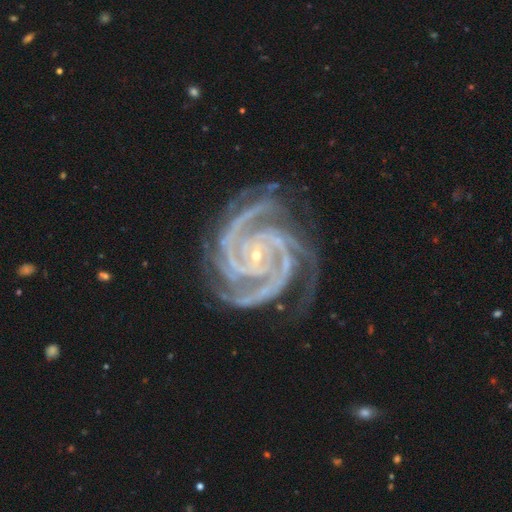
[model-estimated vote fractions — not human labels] Smooth or featured?
  - featured or disk: 94% *
  - star or artifact: 4%
  - smooth: 2%
Edge-on disk?
  - no: 98% *
  - yes: 2%
Bar?
  - no: 57% *
  - weak: 22%
  - strong: 21%
Spiral arms?
  - yes: 99% *
  - no: 1%
Spiral winding?
  - tight: 74% *
  - medium: 24%
  - loose: 2%
Spiral arm count?
  - 3: 38% *
  - 4: 27%
  - 2: 13%
  - more than 4: 8%
  - can't tell: 7%
  - 1: 7%
Bulge size?
  - small: 88% *
  - moderate: 8%
  - none: 2%
  - large: 1%
  - dominant: 1%
Merging?
  - none: 75% *
  - minor disturbance: 17%
  - major disturbance: 6%
  - merger: 1%